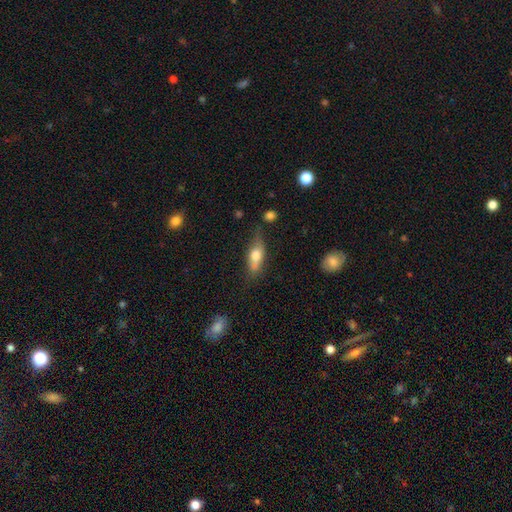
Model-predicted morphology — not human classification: type=smooth (62%); roundness=in between (58%); merging=none (64%).